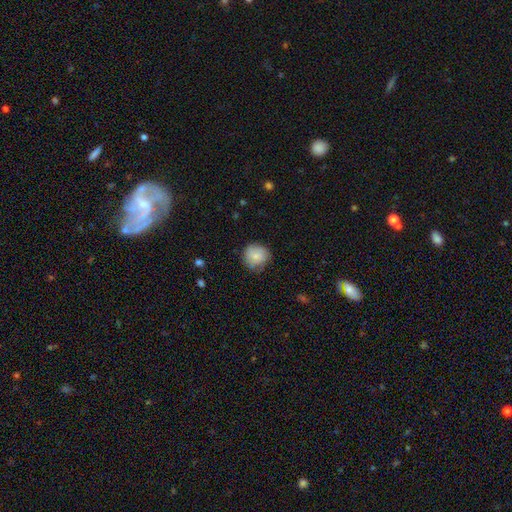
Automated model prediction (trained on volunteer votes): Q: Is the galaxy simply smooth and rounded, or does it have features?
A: smooth — 77%.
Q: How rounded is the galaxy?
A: round — 90%.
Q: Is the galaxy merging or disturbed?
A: none — 73%.